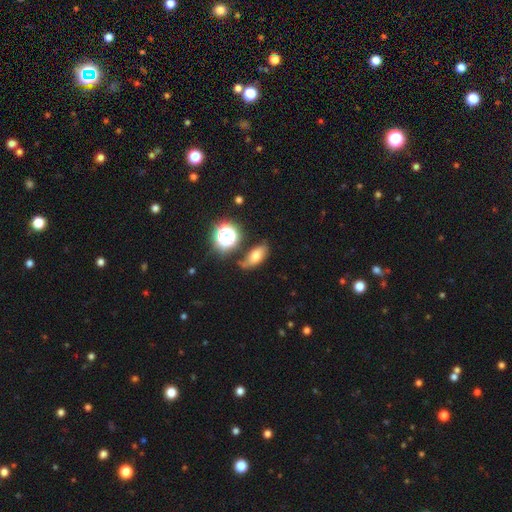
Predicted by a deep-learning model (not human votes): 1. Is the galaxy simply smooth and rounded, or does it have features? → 62% smooth, 20% featured or disk, 18% star or artifact.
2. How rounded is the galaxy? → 81% in between, 12% round, 7% cigar-shaped.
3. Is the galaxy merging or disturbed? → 59% none, 25% minor disturbance, 9% major disturbance, 7% merger.